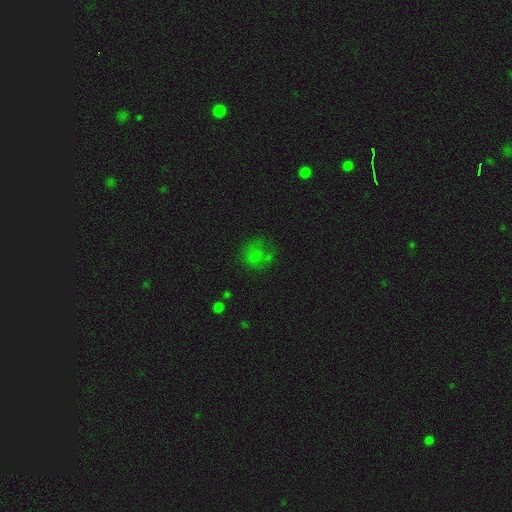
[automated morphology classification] Smooth or featured?
  - smooth: 58% *
  - star or artifact: 25%
  - featured or disk: 17%
How rounded?
  - round: 69% *
  - in between: 30%
  - cigar-shaped: 1%
Merging?
  - none: 50% *
  - major disturbance: 23%
  - minor disturbance: 23%
  - merger: 4%